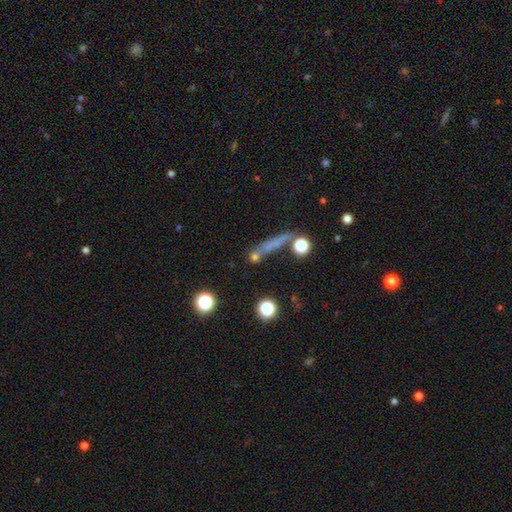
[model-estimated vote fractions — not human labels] This is possibly a smooth galaxy (52%). How rounded: likely cigar-shaped (67%). Merging: possibly none (58%).